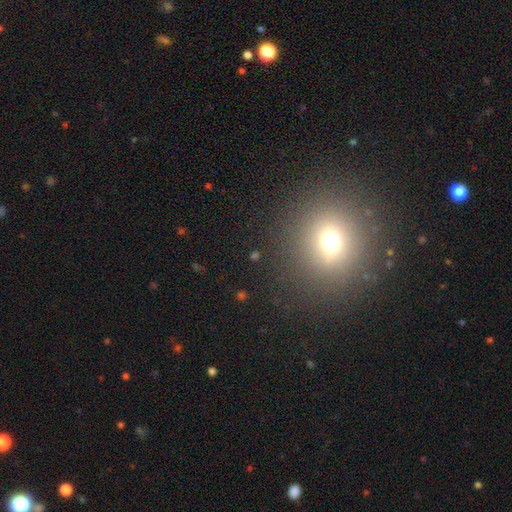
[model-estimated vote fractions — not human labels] Smooth or featured?
  - smooth: 55% *
  - star or artifact: 33%
  - featured or disk: 12%
How rounded?
  - round: 80% *
  - in between: 18%
  - cigar-shaped: 2%
Merging?
  - none: 84% *
  - minor disturbance: 8%
  - major disturbance: 5%
  - merger: 3%